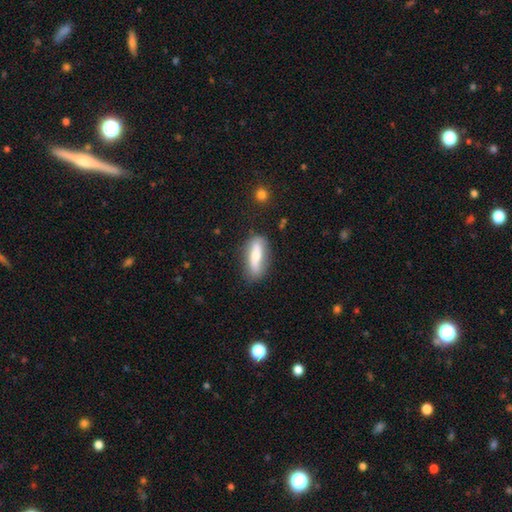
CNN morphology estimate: smooth-or-featured: smooth: 61% | featured or disk: 33% | star or artifact: 6%
  how-rounded: in between: 54% | cigar-shaped: 43% | round: 3%
  merging: none: 76% | minor disturbance: 17% | major disturbance: 5% | merger: 2%